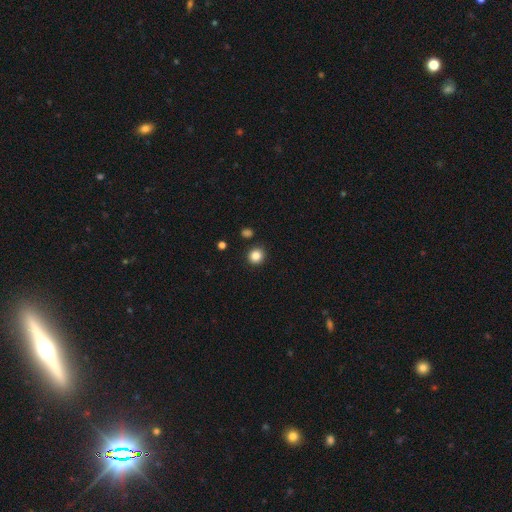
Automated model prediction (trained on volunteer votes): Q: Smooth or featured?
A: smooth (85%); runner-up: star or artifact (10%)
Q: How rounded?
A: round (89%); runner-up: in between (11%)
Q: Merging?
A: none (89%); runner-up: minor disturbance (6%)